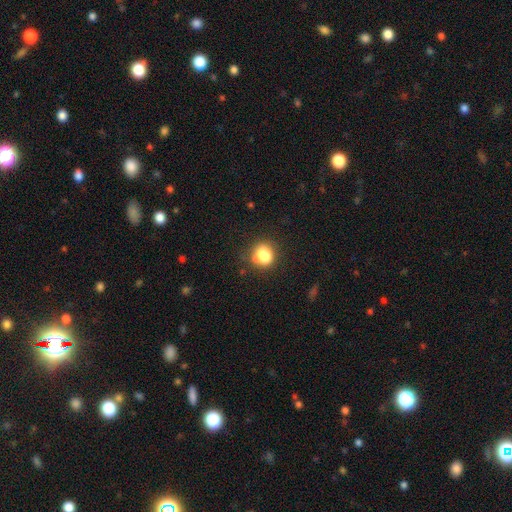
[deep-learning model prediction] This is likely a smooth galaxy (72%). How rounded: likely round (66%). Merging: likely none (70%).